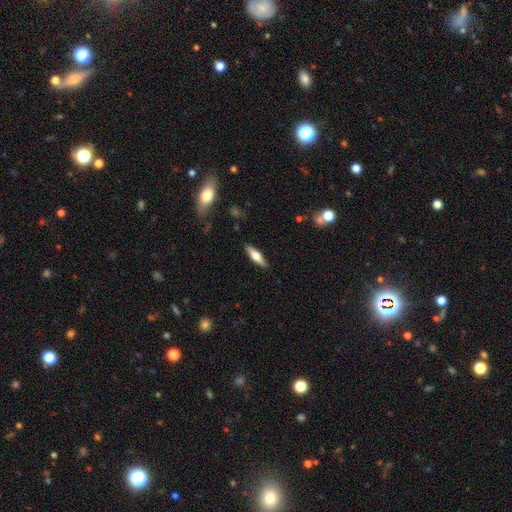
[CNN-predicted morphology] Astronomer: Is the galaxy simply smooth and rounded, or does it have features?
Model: smooth — 50% (runner-up: featured or disk, 44%).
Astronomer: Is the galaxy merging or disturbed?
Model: none — 88%.